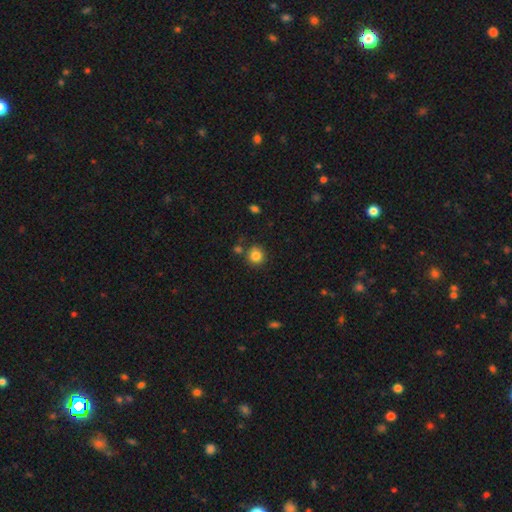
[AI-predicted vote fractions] smooth-or-featured: smooth: 84% | star or artifact: 11% | featured or disk: 6%
  how-rounded: round: 91% | in between: 8% | cigar-shaped: 1%
  merging: none: 80% | minor disturbance: 9% | merger: 8% | major disturbance: 3%